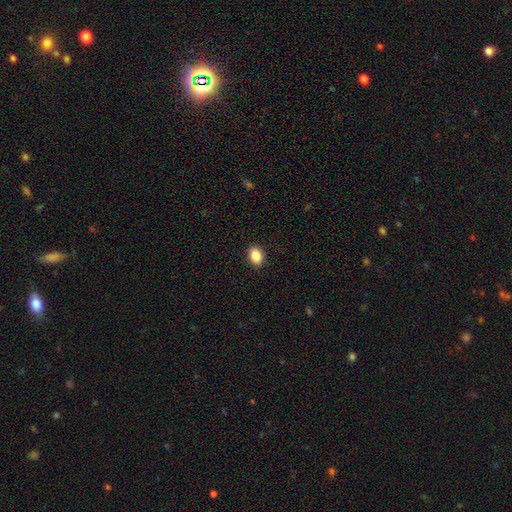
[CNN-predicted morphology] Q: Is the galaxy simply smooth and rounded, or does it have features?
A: smooth — 86%.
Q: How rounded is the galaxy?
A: in between — 76%.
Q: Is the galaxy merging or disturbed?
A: none — 90%.